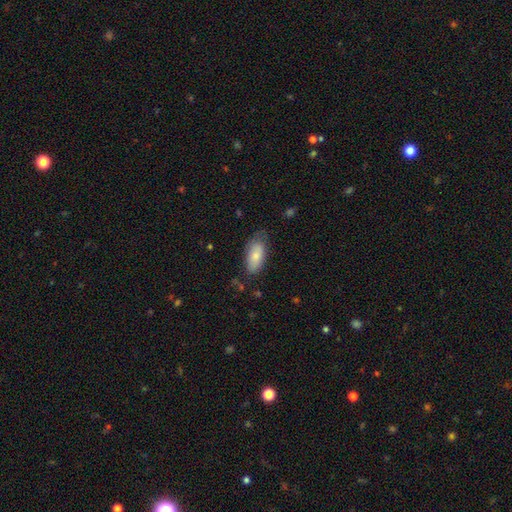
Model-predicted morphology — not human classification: This is likely a smooth galaxy (77%). How rounded: clearly in between (90%). Merging: likely none (64%).